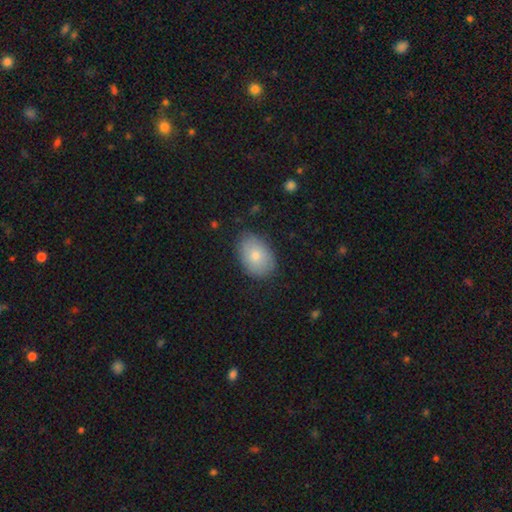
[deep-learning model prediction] Smooth or featured: smooth — 77% (featured or disk — 17%)
How rounded: in between — 85% (round — 14%)
Merging: none — 82% (minor disturbance — 14%)